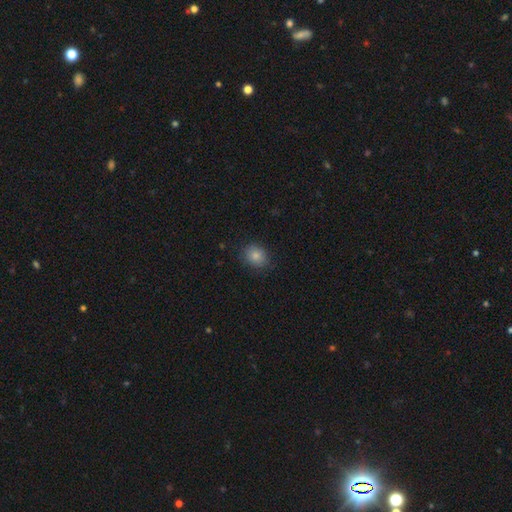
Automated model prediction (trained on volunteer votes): A smooth galaxy with no disk features (85%) that is round (57%).

Vote fractions:
- Smooth or featured? smooth: 85% / star or artifact: 9% / featured or disk: 6%
- How rounded? round: 57% / in between: 42% / cigar-shaped: 1%
- Merging? none: 85% / minor disturbance: 11% / major disturbance: 3% / merger: 1%